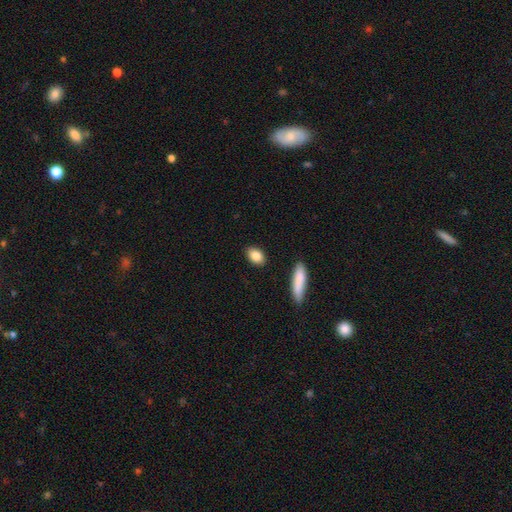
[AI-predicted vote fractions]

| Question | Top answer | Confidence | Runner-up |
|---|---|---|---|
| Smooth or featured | smooth | 86% | star or artifact (7%) |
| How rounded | in between | 83% | round (13%) |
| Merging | none | 88% | minor disturbance (8%) |